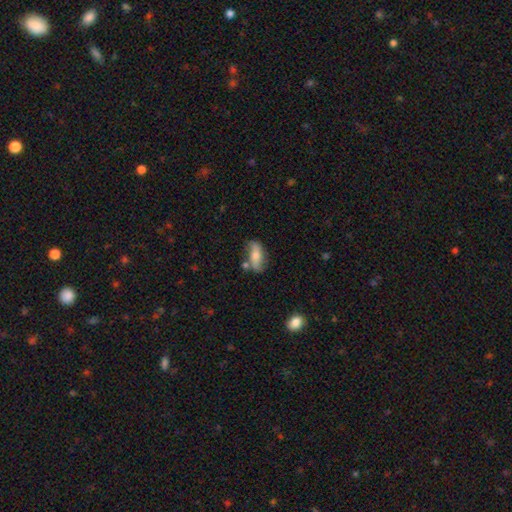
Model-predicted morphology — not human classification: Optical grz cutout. It shows a smooth galaxy with no disk features (54%) that is in between round and cigar-shaped (78%). Merging: none (64%).